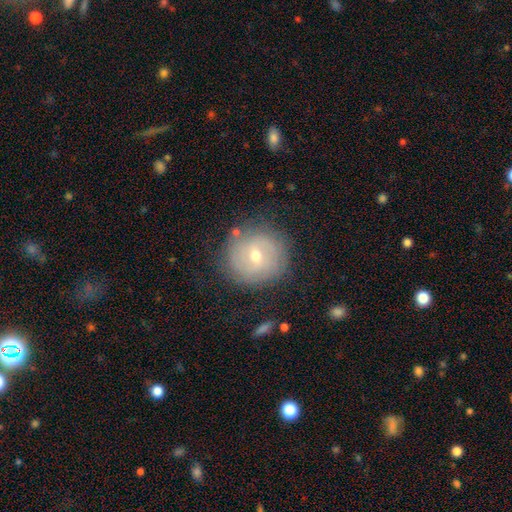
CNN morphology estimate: The model was most divided on "bulge size": moderate: 51%, small: 45%, large: 2%, none: 1%, dominant: 1%. Remaining: edge-on disk — no (97%); merging — none (81%); spiral arms — yes (77%); smooth or featured — featured or disk (58%); bar — weak (49%).